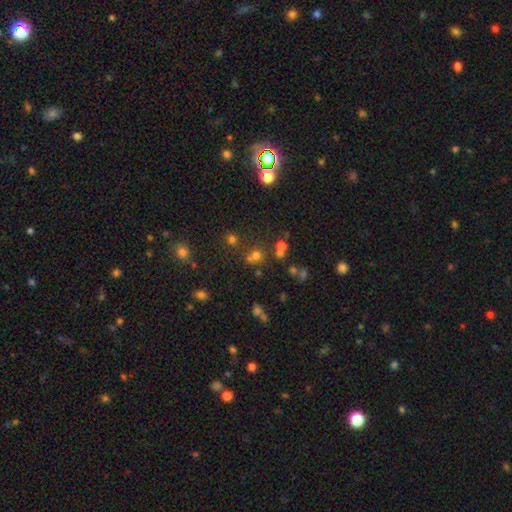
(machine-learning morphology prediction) Smooth or featured? Predicted: smooth (p=0.60). How rounded? Predicted: round (p=0.87). Merging? Predicted: none (p=0.62).